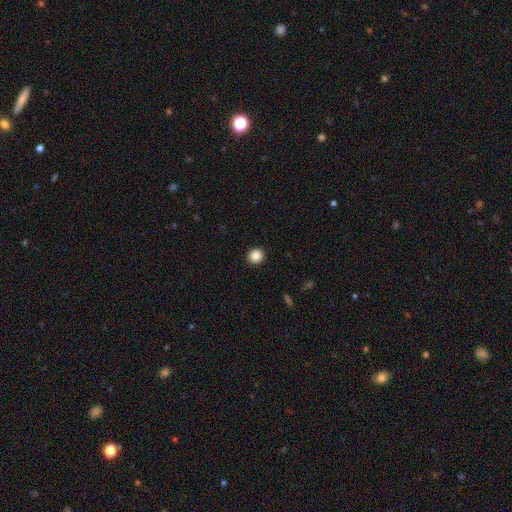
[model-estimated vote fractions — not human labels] This is clearly a smooth galaxy (86%). How rounded: clearly round (89%). Merging: clearly none (93%).